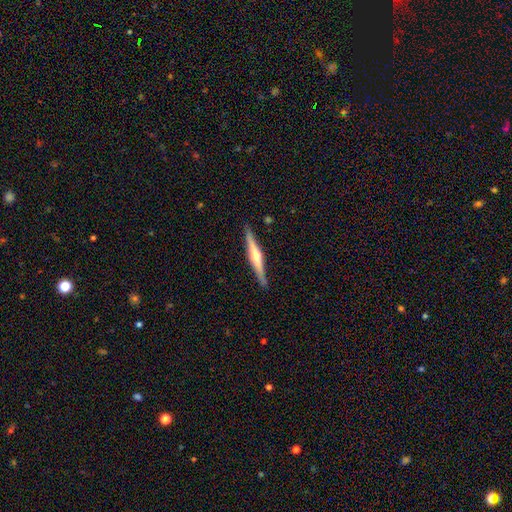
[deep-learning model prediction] Smooth or featured: featured or disk — 72% (smooth — 23%)
Edge-on disk: yes — 98% (no — 2%)
Edge-on bulge: rounded — 88% (boxy — 7%)
Merging: none — 89% (minor disturbance — 8%)